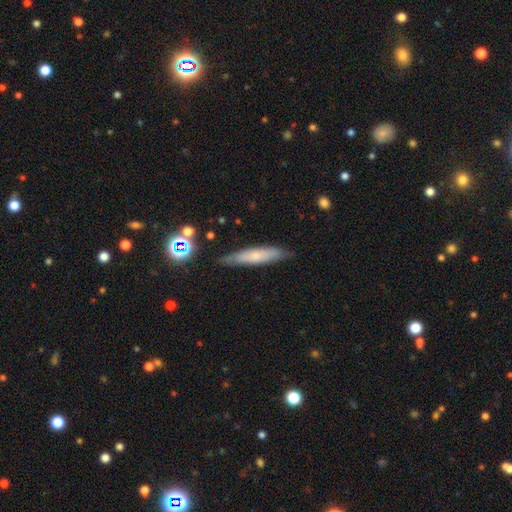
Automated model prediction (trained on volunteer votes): The model was most divided on "smooth or featured": smooth: 54%, featured or disk: 37%, star or artifact: 9%. More confident: how rounded — cigar-shaped (83%); merging — none (79%).